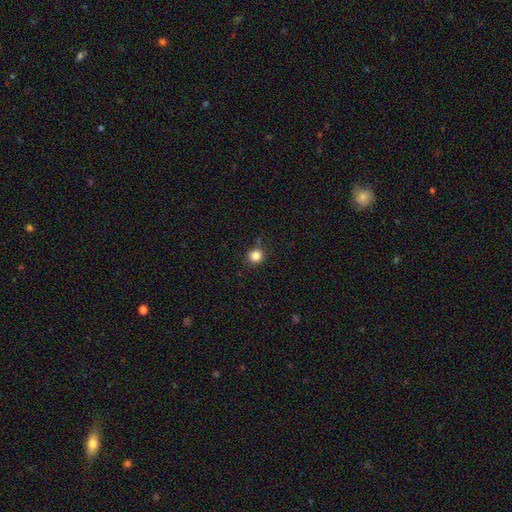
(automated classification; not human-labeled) A smooth galaxy with no disk features (84%) that is round (90%). Merging: none (84%).